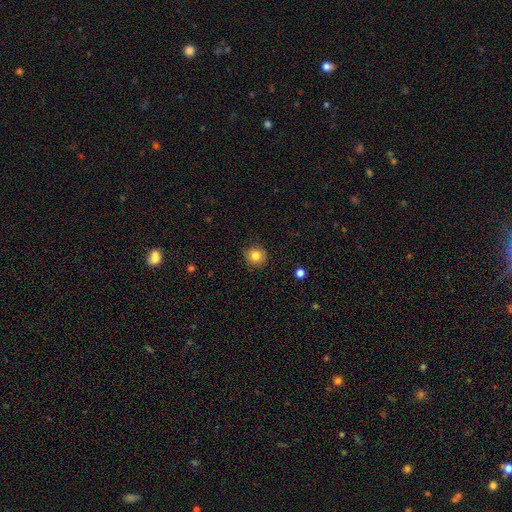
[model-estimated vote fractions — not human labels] smooth_or_featured: smooth (p=0.83) [alt: star or artifact p=0.11]
how_rounded: round (p=0.92) [alt: in between p=0.07]
merging: none (p=0.89) [alt: minor disturbance p=0.08]